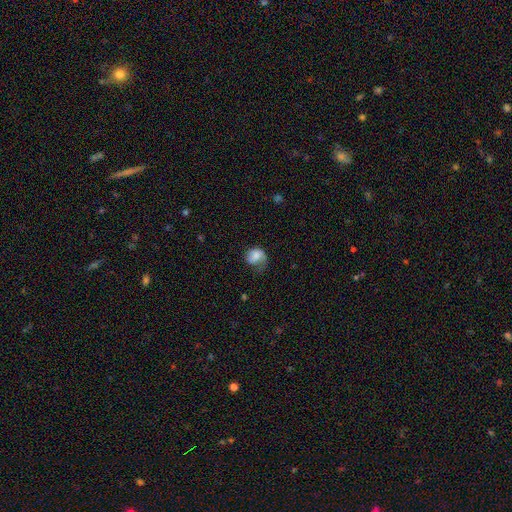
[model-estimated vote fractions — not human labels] smooth_or_featured: smooth (p=0.67) [alt: featured or disk p=0.25]
how_rounded: round (p=0.56) [alt: in between p=0.43]
merging: none (p=0.35) [alt: major disturbance p=0.32]